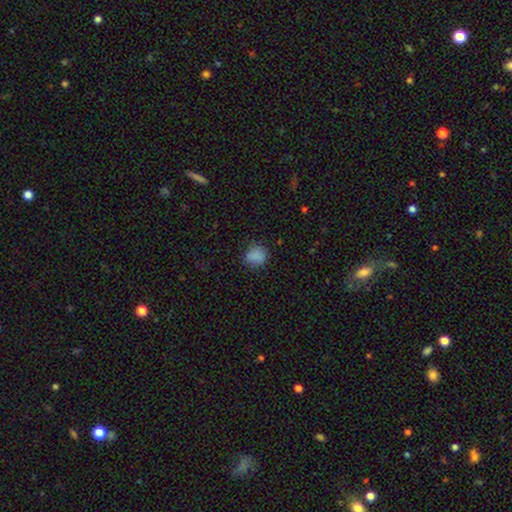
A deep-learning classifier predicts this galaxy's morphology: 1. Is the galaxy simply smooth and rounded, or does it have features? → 83% smooth, 12% star or artifact, 5% featured or disk.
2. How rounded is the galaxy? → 66% round, 33% in between, 1% cigar-shaped.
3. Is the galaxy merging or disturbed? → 73% none, 20% minor disturbance, 6% major disturbance, 1% merger.